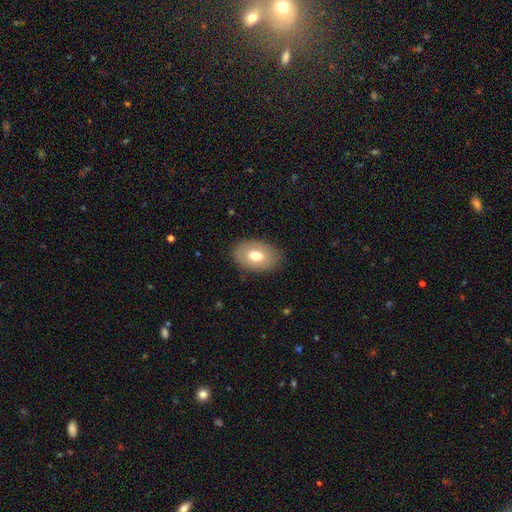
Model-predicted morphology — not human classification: Smooth or featured? smooth (71%)
How rounded? in between (85%)
Merging? none (84%)